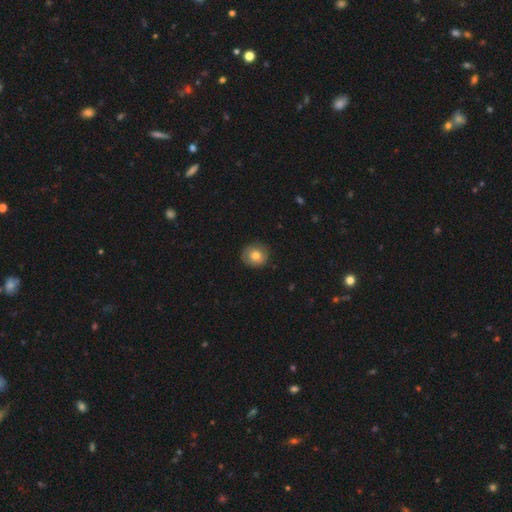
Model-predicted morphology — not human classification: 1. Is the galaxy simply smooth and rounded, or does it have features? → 74% smooth, 17% featured or disk, 8% star or artifact.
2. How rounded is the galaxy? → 86% round, 13% in between, 1% cigar-shaped.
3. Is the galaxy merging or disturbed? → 85% none, 12% minor disturbance, 3% major disturbance, 1% merger.